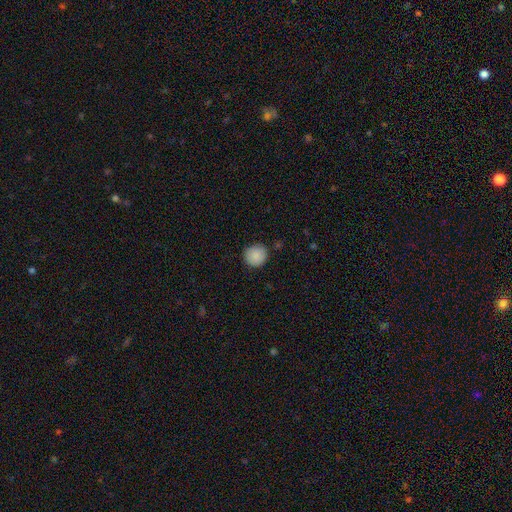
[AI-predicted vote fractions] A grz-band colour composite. It shows a smooth galaxy with no disk features (88%) that is round (93%). Merging: none (87%).